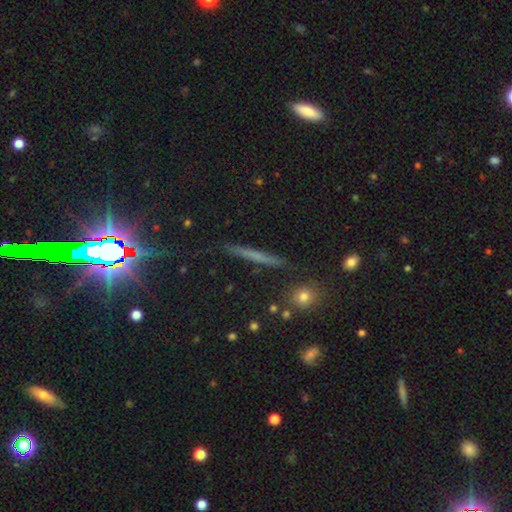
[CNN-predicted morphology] This is marginally a smooth galaxy (41%, tied with featured or disk). Merging: clearly none (87%).